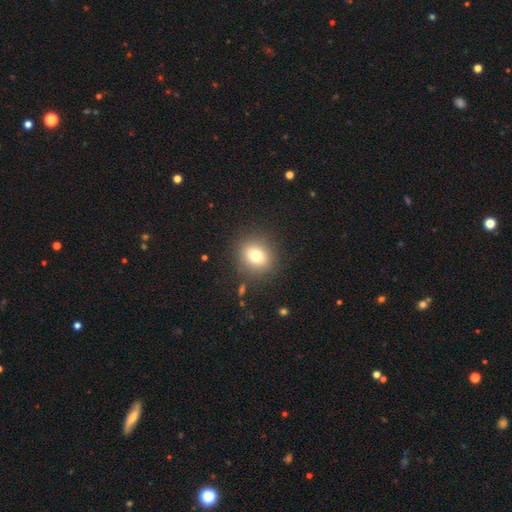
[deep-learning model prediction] smooth 75%, star or artifact 13%, featured or disk 12%. Down the decision tree: how rounded — round (79%); merging — none (87%).